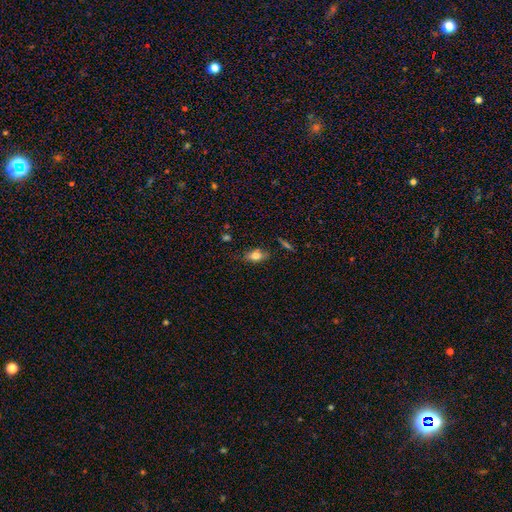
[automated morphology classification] smooth 76%, featured or disk 15%, star or artifact 9%. Down the decision tree: how rounded — in between (83%); merging — none (77%).